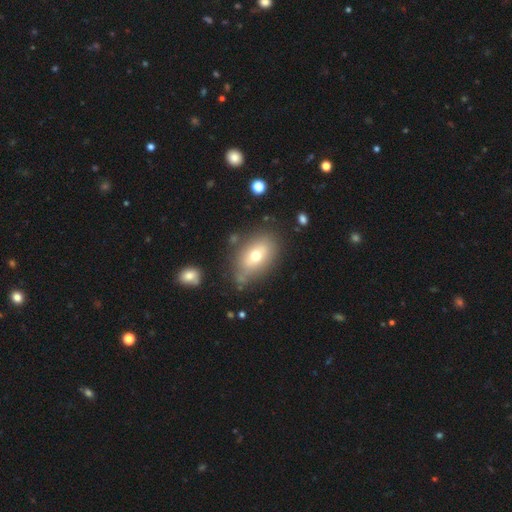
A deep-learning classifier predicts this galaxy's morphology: smooth-or-featured: smooth: 65% | featured or disk: 25% | star or artifact: 10%
  how-rounded: in between: 84% | round: 14% | cigar-shaped: 3%
  merging: none: 69% | minor disturbance: 19% | major disturbance: 6% | merger: 6%